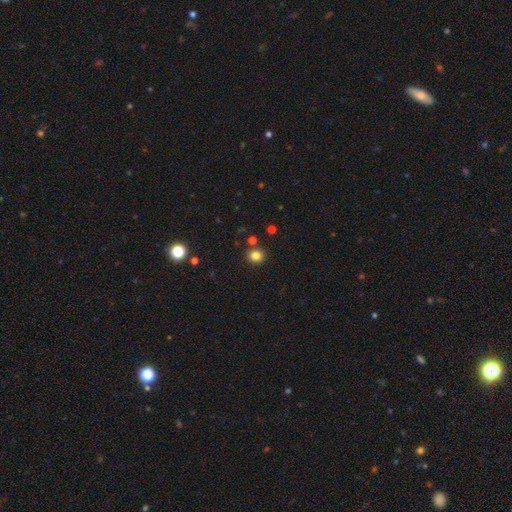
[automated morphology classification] Smooth or featured? Predicted: smooth (p=0.82). How rounded? Predicted: round (p=0.79). Merging? Predicted: none (p=0.85).